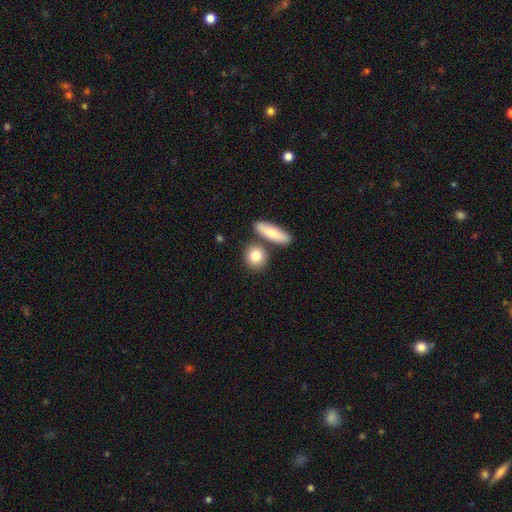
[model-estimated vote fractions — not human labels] Morphology: type=smooth (82%); roundness=round (66%); merging=none (72%).